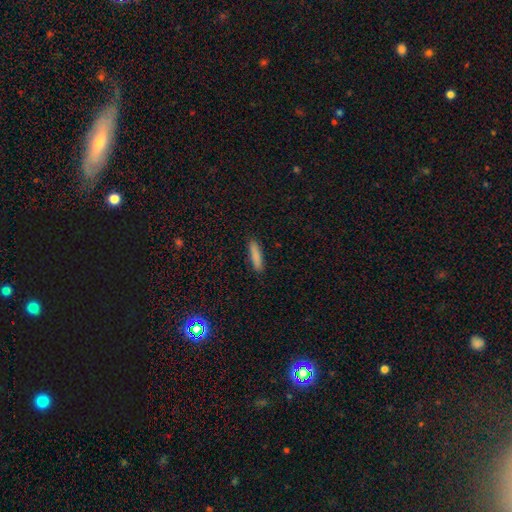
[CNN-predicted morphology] Smooth or featured? Predicted: smooth (p=0.86). How rounded? Predicted: cigar-shaped (p=0.78). Merging? Predicted: none (p=0.88).